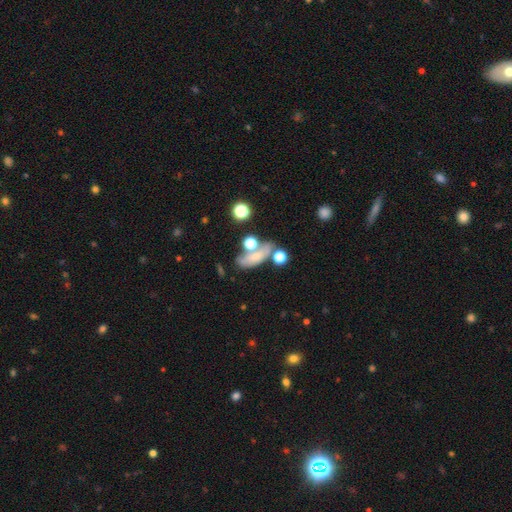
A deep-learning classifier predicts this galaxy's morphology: Smooth or featured? smooth (59%)
How rounded? in between (63%)
Merging? none (38%)